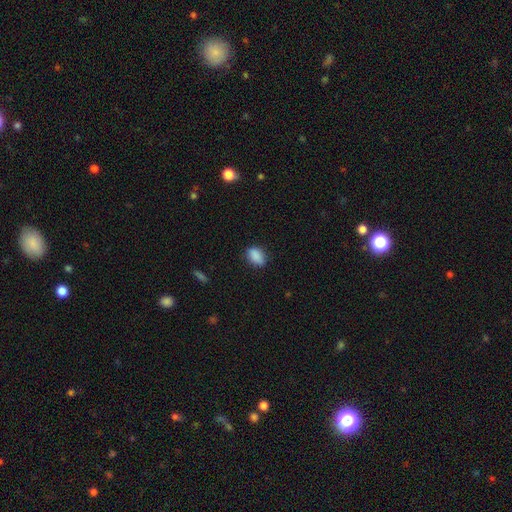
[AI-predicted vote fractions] This is clearly a smooth galaxy (88%). How rounded: clearly in between (84%). Merging: clearly none (80%).